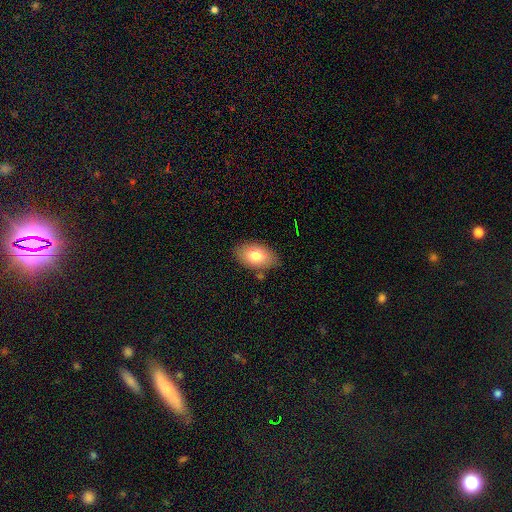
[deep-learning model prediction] A smooth galaxy with no disk features (77%) that is in between round and cigar-shaped (92%). Merging: none (81%).